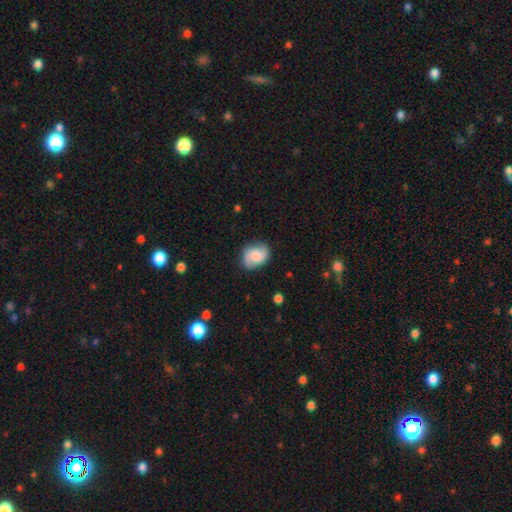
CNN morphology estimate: Overall: smooth (54%; featured or disk 38%). How rounded: round (50%; in between 49%). Merging: none (75%).